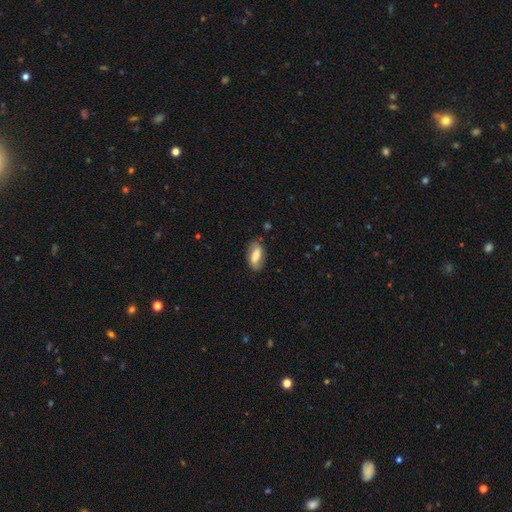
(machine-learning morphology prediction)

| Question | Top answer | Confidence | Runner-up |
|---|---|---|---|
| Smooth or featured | smooth | 63% | featured or disk (30%) |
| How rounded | in between | 86% | cigar-shaped (11%) |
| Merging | none | 74% | minor disturbance (20%) |